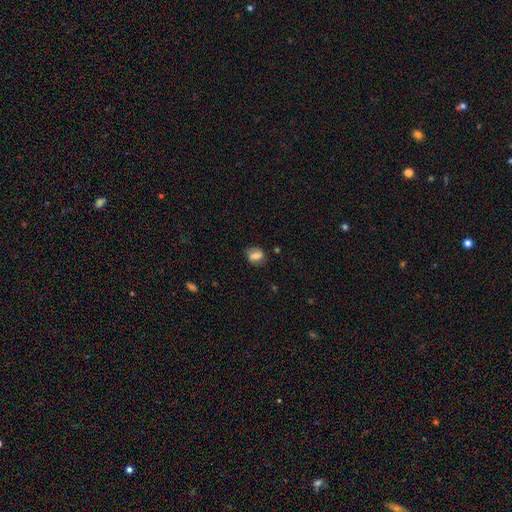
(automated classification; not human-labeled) This appears to be a smooth galaxy with no disk features (67%) that is in between round and cigar-shaped (59%). Merging: none (73%).